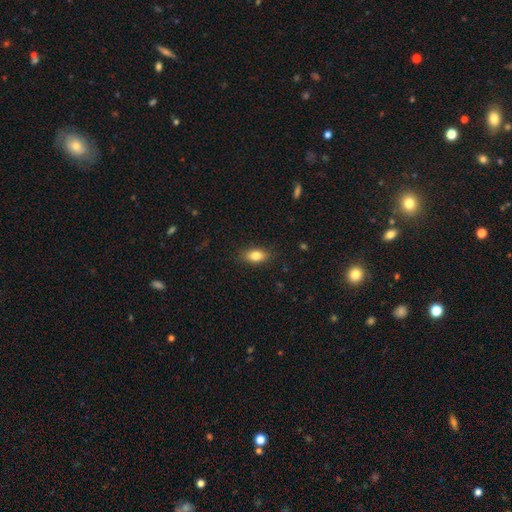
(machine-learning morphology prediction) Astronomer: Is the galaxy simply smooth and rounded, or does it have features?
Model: smooth — 81%.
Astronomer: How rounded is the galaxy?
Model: in between — 85%.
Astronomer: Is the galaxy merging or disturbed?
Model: none — 87%.